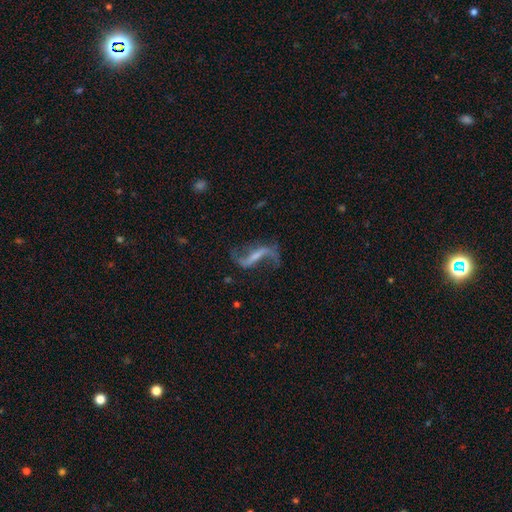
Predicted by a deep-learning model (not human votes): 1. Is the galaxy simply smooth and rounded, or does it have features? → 87% featured or disk, 7% star or artifact, 6% smooth.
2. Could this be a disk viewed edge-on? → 92% no, 8% yes.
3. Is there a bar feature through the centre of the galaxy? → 46% strong, 36% weak, 18% no.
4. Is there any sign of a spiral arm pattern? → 94% yes, 6% no.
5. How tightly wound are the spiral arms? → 89% loose, 9% medium, 2% tight.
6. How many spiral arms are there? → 91% 2, 4% 1, 2% can't tell, 1% 3, 1% 4, 1% more than 4.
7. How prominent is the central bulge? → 46% small, 32% none, 18% moderate, 2% large, 1% dominant.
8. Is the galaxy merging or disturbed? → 70% none, 15% minor disturbance, 13% major disturbance, 3% merger.